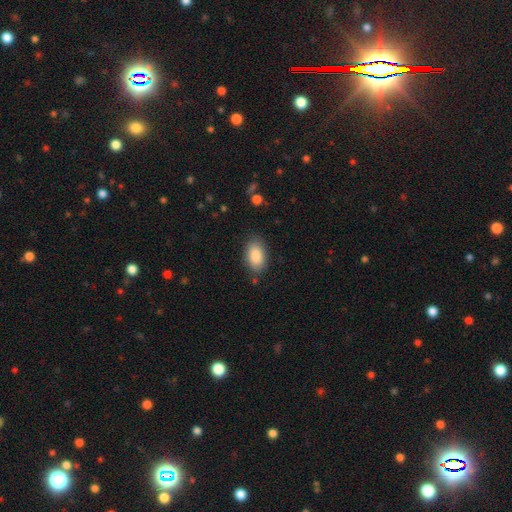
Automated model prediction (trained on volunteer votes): This is clearly a smooth galaxy (88%). How rounded: clearly in between (93%). Merging: clearly none (82%).